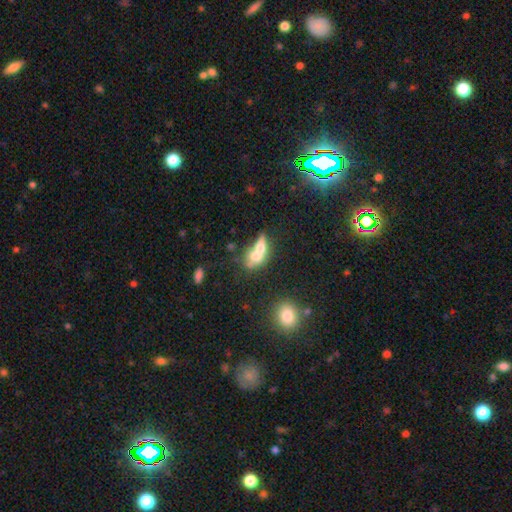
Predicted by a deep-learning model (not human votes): Morphology: type=smooth (62%); roundness=in between (63%); merging=merger (70%).